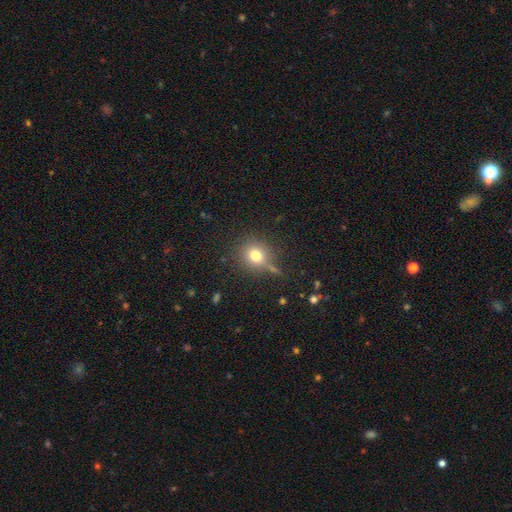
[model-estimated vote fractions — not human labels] smooth 74%, star or artifact 15%, featured or disk 11%. Down the decision tree: how rounded — round (86%); merging — none (76%).